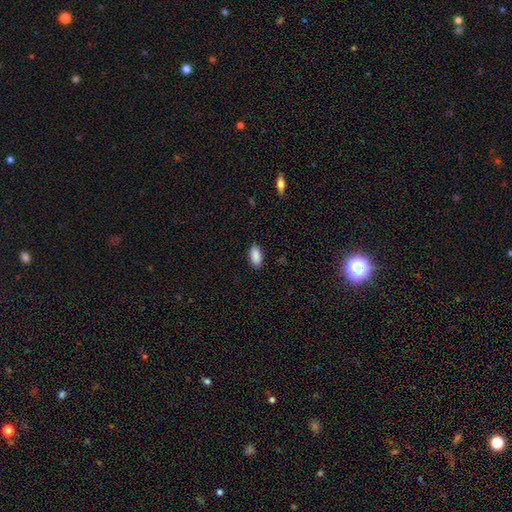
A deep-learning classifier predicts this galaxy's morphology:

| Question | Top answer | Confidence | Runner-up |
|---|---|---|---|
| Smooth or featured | smooth | 90% | star or artifact (7%) |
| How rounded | in between | 92% | cigar-shaped (6%) |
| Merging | none | 88% | minor disturbance (9%) |